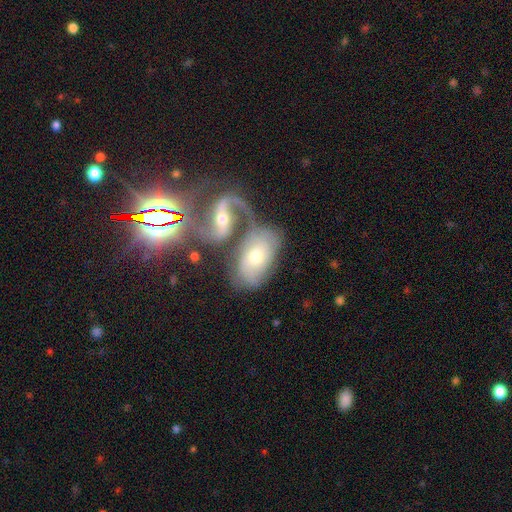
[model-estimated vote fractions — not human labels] This is possibly a featured or disk galaxy (59%). It is clearly not viewed edge-on (92%). Bar: possibly no (54%). Spiral arm pattern: clearly yes (82%). Central bulge: likely moderate (63%). Merging: marginally merger (43%).